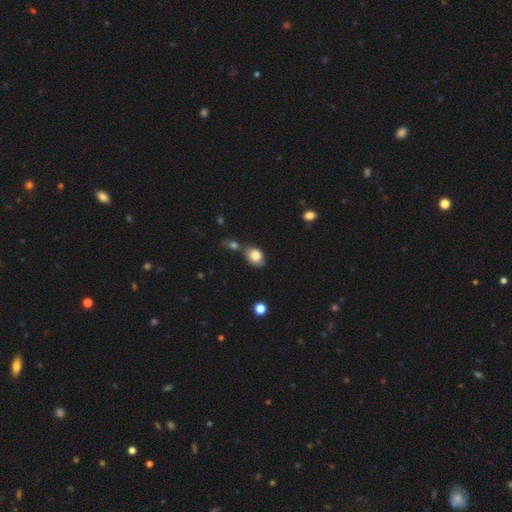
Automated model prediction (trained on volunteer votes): Morphology: type=smooth (80%); roundness=in between (69%); merging=none (50%).